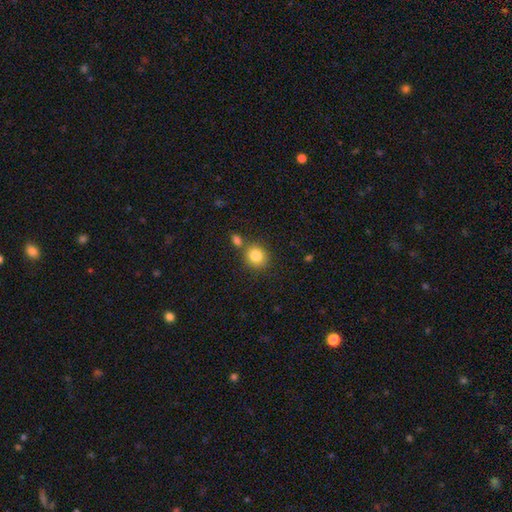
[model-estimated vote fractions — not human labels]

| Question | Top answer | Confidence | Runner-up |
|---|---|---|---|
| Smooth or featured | smooth | 83% | star or artifact (10%) |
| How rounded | round | 82% | in between (17%) |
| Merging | none | 70% | merger (16%) |